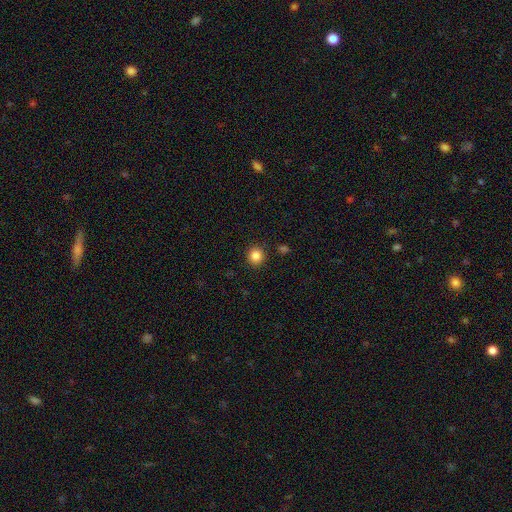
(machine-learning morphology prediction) This appears to be a smooth galaxy with no disk features (86%) that is round (91%). Merging: none (90%).